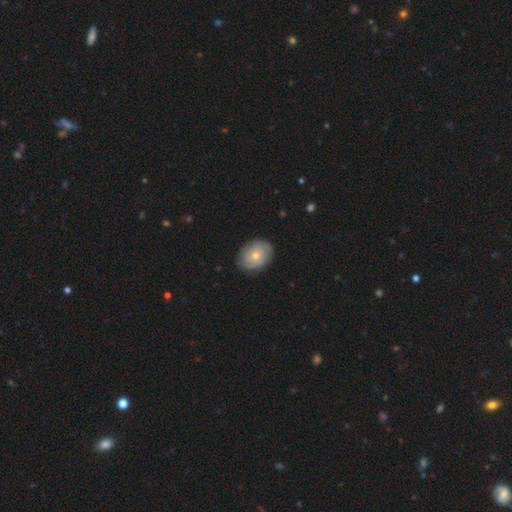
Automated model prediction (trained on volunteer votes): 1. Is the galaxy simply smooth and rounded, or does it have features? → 67% smooth, 26% featured or disk, 7% star or artifact.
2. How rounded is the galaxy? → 58% in between, 41% round, 1% cigar-shaped.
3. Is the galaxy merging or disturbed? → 82% none, 14% minor disturbance, 3% major disturbance, 1% merger.